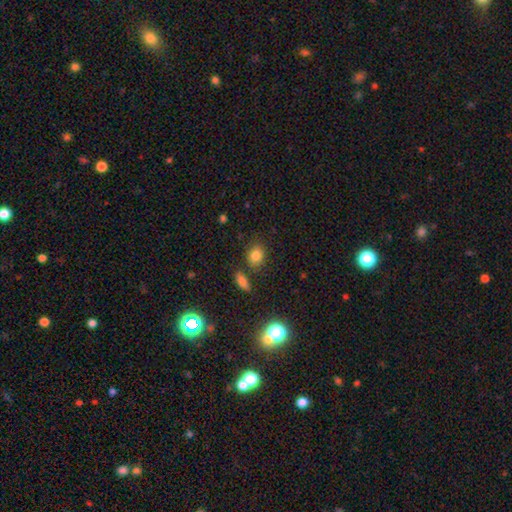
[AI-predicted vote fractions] Smooth or featured? smooth (79%)
How rounded? in between (50%)
Merging? none (77%)